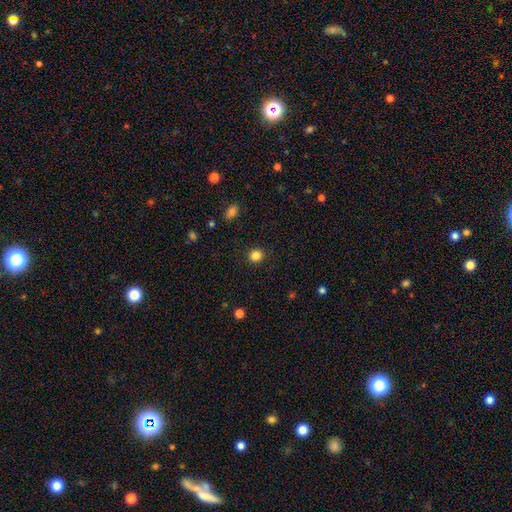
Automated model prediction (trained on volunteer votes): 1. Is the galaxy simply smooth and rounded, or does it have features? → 85% smooth, 12% star or artifact, 4% featured or disk.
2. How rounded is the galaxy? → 87% round, 12% in between, 1% cigar-shaped.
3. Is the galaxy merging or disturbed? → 91% none, 6% minor disturbance, 2% major disturbance, 1% merger.